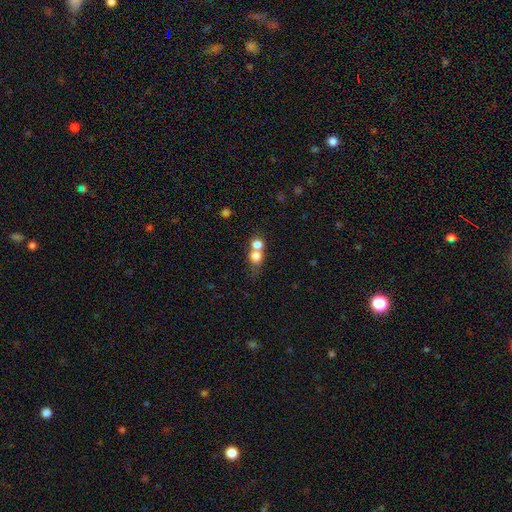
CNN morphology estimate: Smooth or featured? Predicted: smooth (p=0.74). How rounded? Predicted: round (p=0.72). Merging? Predicted: merger (p=0.59).